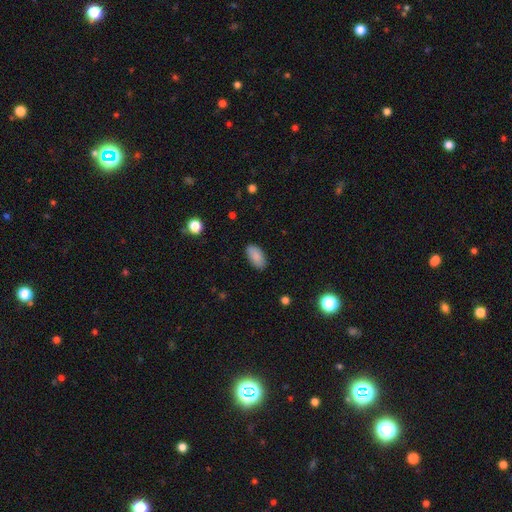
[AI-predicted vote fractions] Smooth or featured? Predicted: smooth (p=0.87). How rounded? Predicted: in between (p=0.94). Merging? Predicted: none (p=0.85).